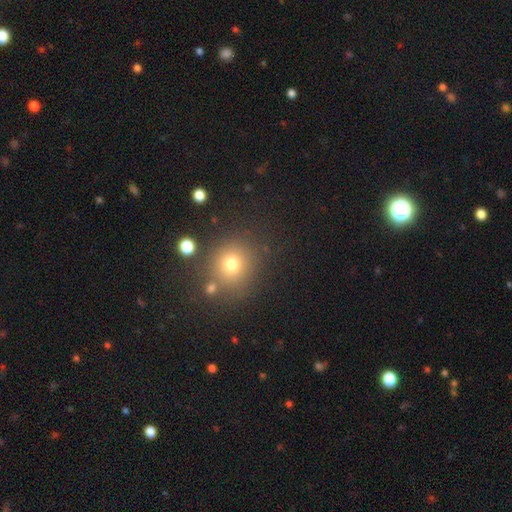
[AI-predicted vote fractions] Overall: smooth (54%; star or artifact 38%). How rounded: round (86%). Merging: none (83%).